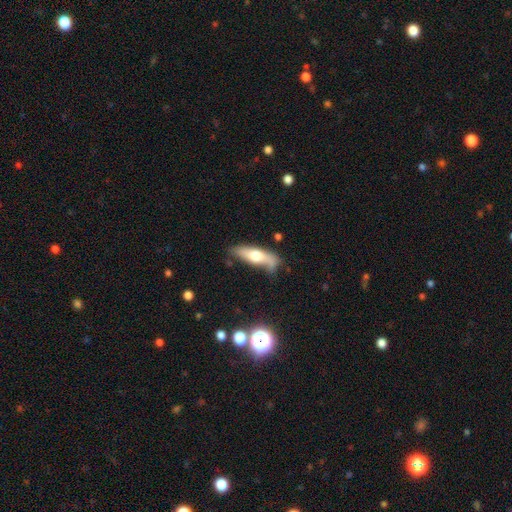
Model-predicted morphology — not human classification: smooth_or_featured: smooth (p=0.56) [alt: featured or disk p=0.38]
how_rounded: cigar-shaped (p=0.51) [alt: in between p=0.46]
merging: none (p=0.57) [alt: minor disturbance p=0.27]